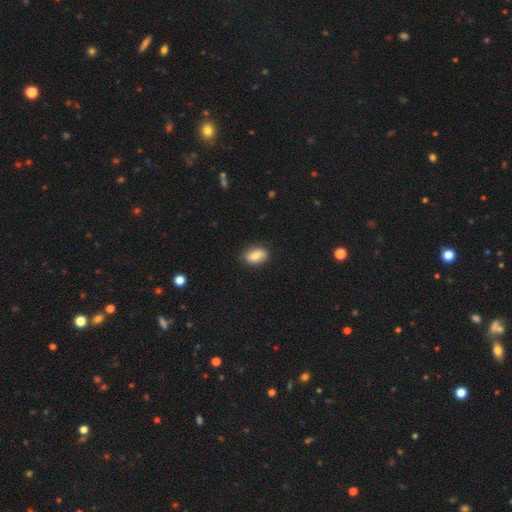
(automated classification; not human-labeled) Morphology: type=smooth (81%); roundness=in between (87%); merging=none (82%).